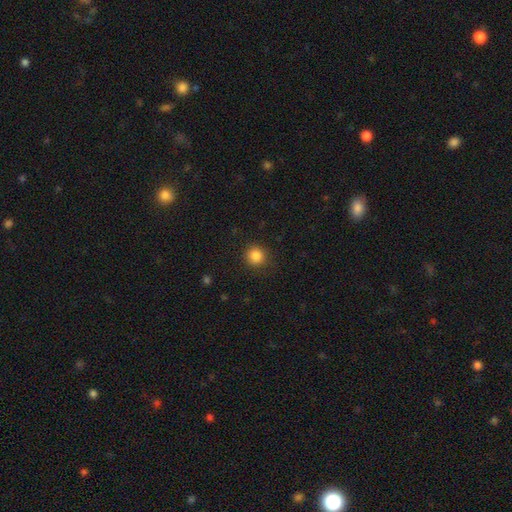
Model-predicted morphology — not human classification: smooth-or-featured: smooth: 85% | star or artifact: 11% | featured or disk: 4%
  how-rounded: round: 93% | in between: 6% | cigar-shaped: 1%
  merging: none: 89% | minor disturbance: 7% | major disturbance: 3% | merger: 1%